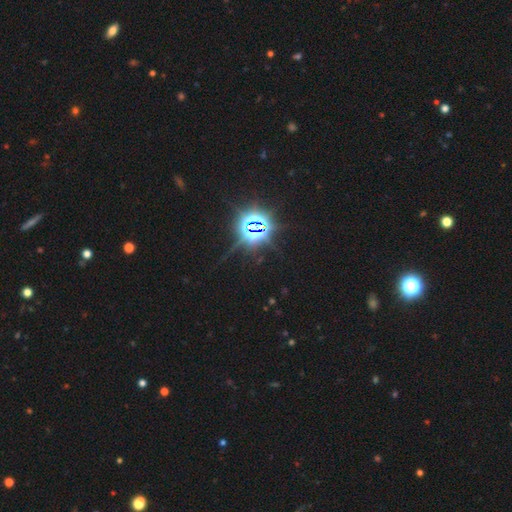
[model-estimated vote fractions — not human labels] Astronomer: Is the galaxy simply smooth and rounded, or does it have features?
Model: star or artifact — 84%.